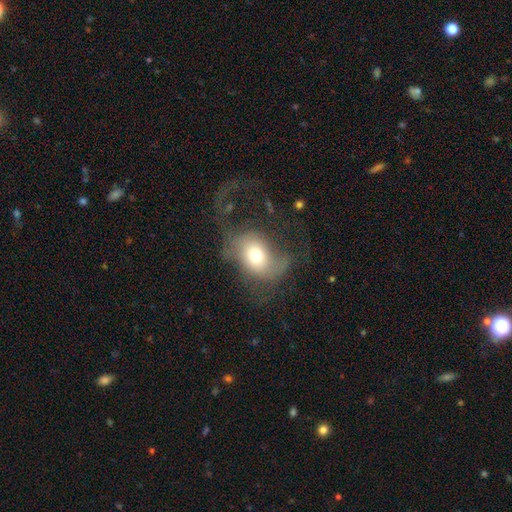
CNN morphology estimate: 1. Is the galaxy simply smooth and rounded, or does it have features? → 54% smooth, 35% featured or disk, 10% star or artifact.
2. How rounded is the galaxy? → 62% in between, 36% round, 1% cigar-shaped.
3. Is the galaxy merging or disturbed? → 41% major disturbance, 35% none, 21% minor disturbance, 3% merger.